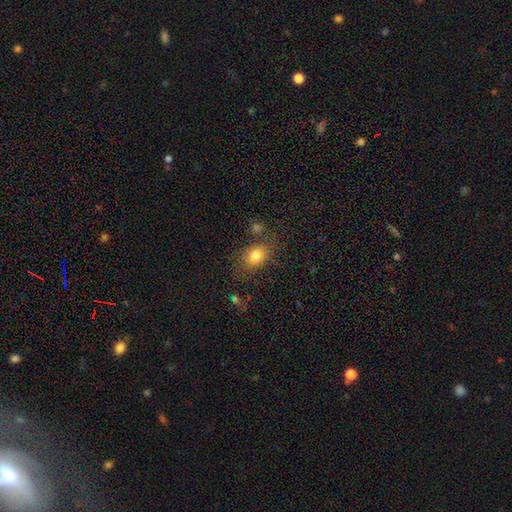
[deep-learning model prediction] Smooth or featured? smooth (80%)
How rounded? in between (60%)
Merging? none (70%)